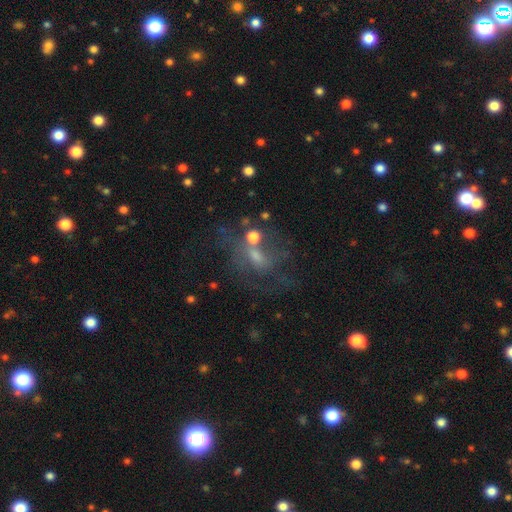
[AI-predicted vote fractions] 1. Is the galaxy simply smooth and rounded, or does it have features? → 51% featured or disk, 30% smooth, 19% star or artifact.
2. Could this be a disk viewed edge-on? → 95% no, 5% yes.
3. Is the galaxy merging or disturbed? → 35% none, 28% merger, 22% major disturbance, 15% minor disturbance.